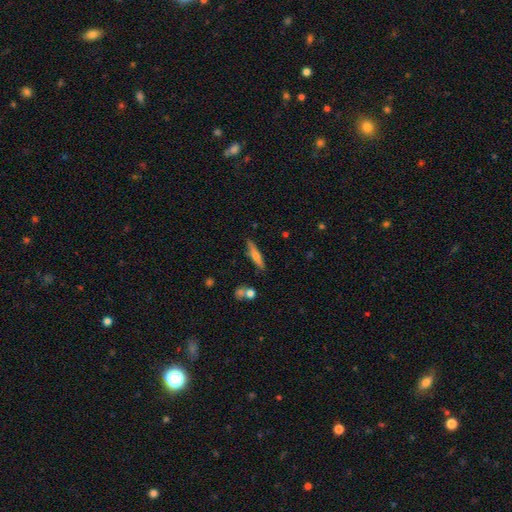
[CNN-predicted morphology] The model was most divided on "smooth or featured": smooth: 59%, featured or disk: 35%, star or artifact: 7%. More confident: how rounded — cigar-shaped (84%); merging — none (81%).